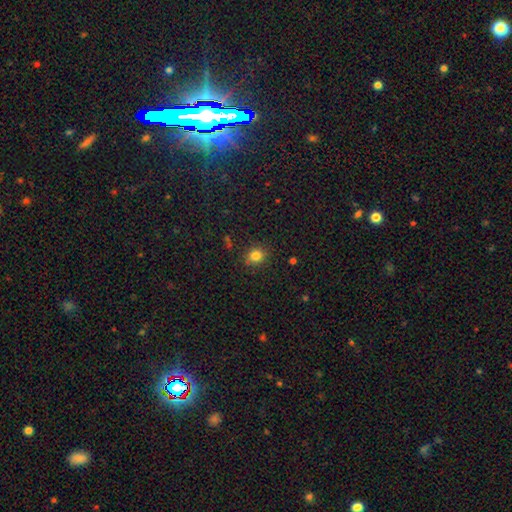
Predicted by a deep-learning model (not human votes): Q: Smooth or featured?
A: smooth (81%); runner-up: star or artifact (13%)
Q: How rounded?
A: round (74%); runner-up: in between (25%)
Q: Merging?
A: none (86%); runner-up: minor disturbance (10%)